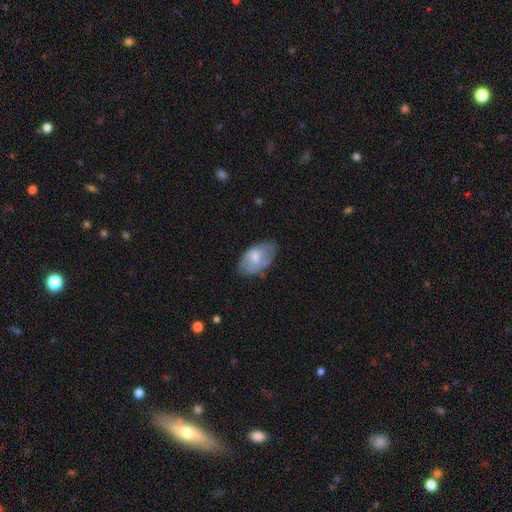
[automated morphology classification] Smooth or featured? smooth (55%)
How rounded? in between (93%)
Merging? none (62%)